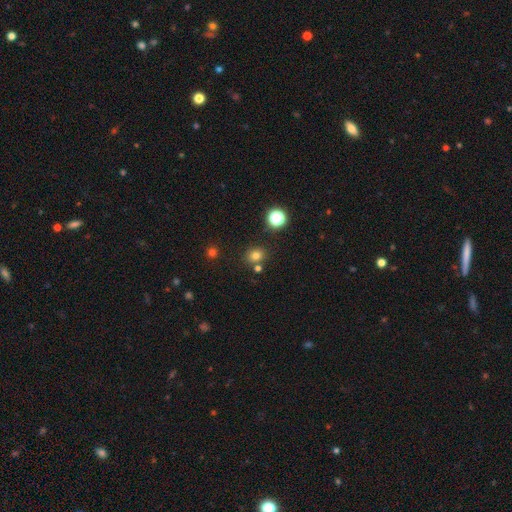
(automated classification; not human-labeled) smooth_or_featured: smooth (p=0.75) [alt: star or artifact p=0.18]
how_rounded: round (p=0.77) [alt: in between p=0.22]
merging: none (p=0.78) [alt: merger p=0.10]